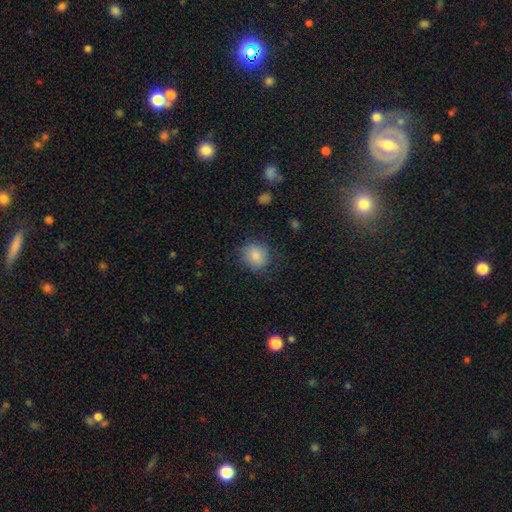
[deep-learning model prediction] smooth-or-featured: smooth: 86% | star or artifact: 9% | featured or disk: 6%
  how-rounded: round: 78% | in between: 21% | cigar-shaped: 1%
  merging: none: 80% | minor disturbance: 14% | major disturbance: 5% | merger: 1%